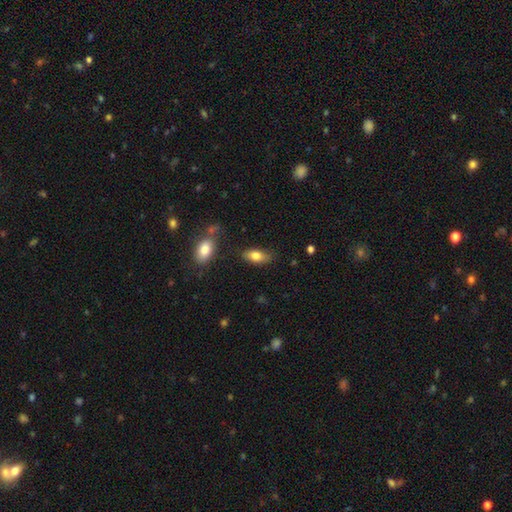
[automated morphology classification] type=smooth (80%); roundness=in between (86%); merging=none (76%).